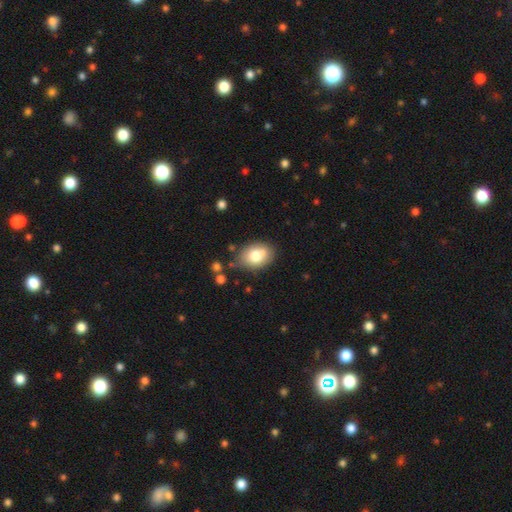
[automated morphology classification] Smooth or featured: smooth — 77% (featured or disk — 15%)
How rounded: in between — 73% (round — 26%)
Merging: none — 67% (minor disturbance — 17%)